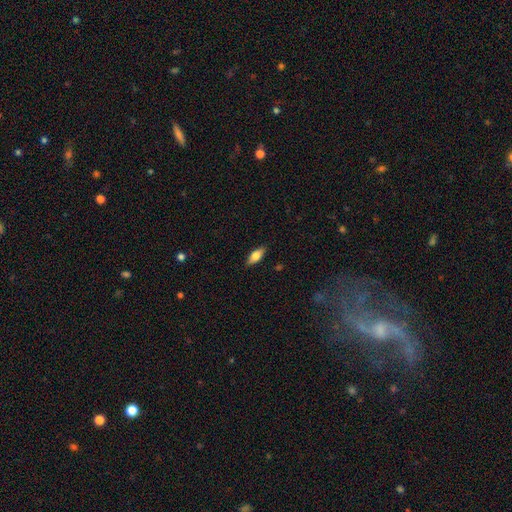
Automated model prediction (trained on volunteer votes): This appears to be a smooth galaxy with no disk features (73%) that is in between round and cigar-shaped (78%). Merging: none (87%).